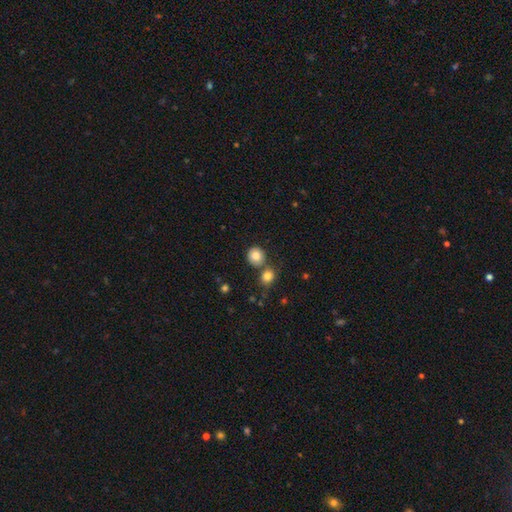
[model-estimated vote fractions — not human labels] Smooth or featured: smooth — 83% (star or artifact — 10%)
How rounded: round — 85% (in between — 14%)
Merging: none — 68% (merger — 21%)